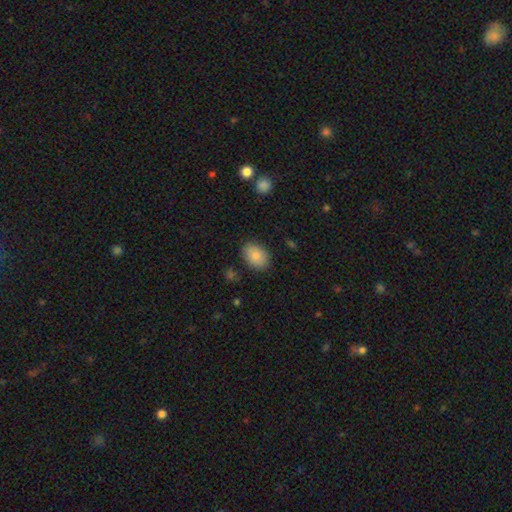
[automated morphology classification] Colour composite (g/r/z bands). It shows a smooth galaxy with no disk features (85%) that is in between round and cigar-shaped (81%). Merging: none (84%).